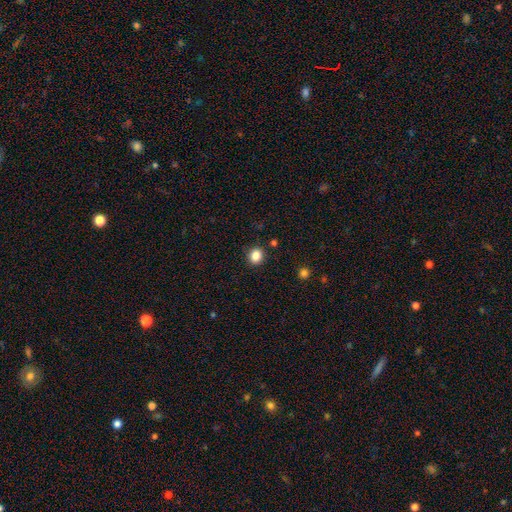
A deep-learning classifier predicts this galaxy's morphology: The model was most divided on "how rounded": round: 75%, in between: 24%, cigar-shaped: 1%. More confident: merging — none (90%); smooth or featured — smooth (85%).